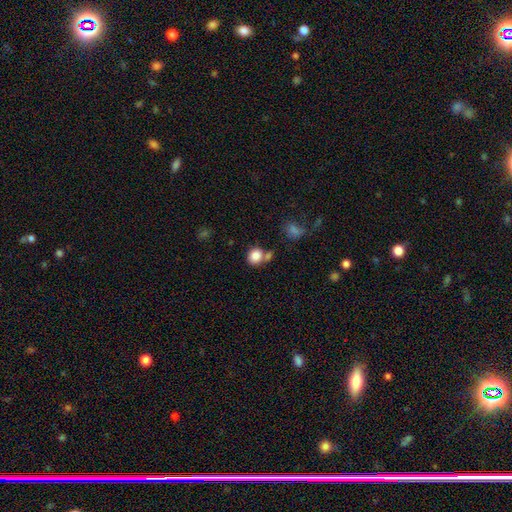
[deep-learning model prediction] A smooth galaxy with no disk features (85%) that is round (75%).

Vote fractions:
- Smooth or featured? smooth: 85% / star or artifact: 10% / featured or disk: 6%
- How rounded? round: 75% / in between: 24% / cigar-shaped: 1%
- Merging? none: 58% / merger: 26% / minor disturbance: 12% / major disturbance: 5%